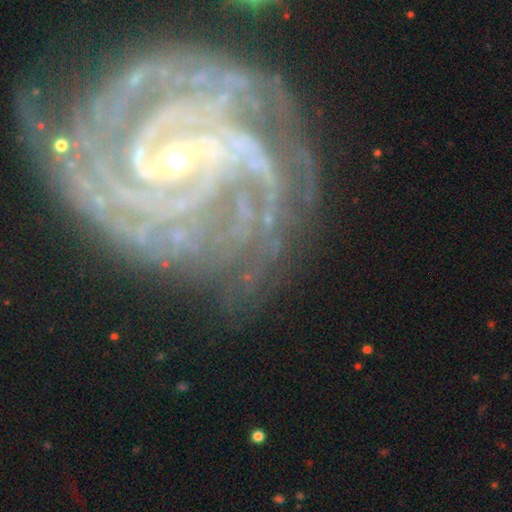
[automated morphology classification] A featured or disk galaxy (92%) with a strong bar (44%), 4 (23%) tight (72%) spiral arms (98%) and a small central bulge (73%).

Vote fractions:
- Smooth or featured? featured or disk: 92% / star or artifact: 5% / smooth: 3%
- Edge-on disk? no: 97% / yes: 3%
- Bar? strong: 44% / weak: 40% / no: 17%
- Spiral arms? yes: 98% / no: 2%
- Spiral winding? tight: 72% / medium: 24% / loose: 4%
- Spiral arm count? 4: 23% / 3: 18% / 2: 18% / can't tell: 18% / more than 4: 15% / 1: 8%
- Bulge size? small: 73% / moderate: 24% / large: 1% / none: 1% / dominant: 1%
- Merging? none: 74% / minor disturbance: 16% / major disturbance: 8% / merger: 2%